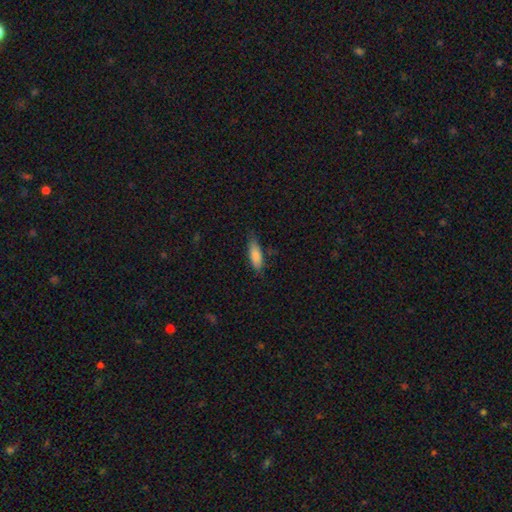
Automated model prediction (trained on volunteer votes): This is clearly a smooth galaxy (82%). How rounded: possibly in between (56%). Merging: likely none (71%).